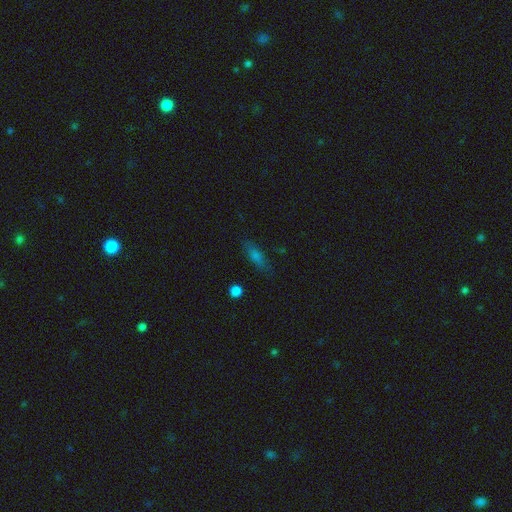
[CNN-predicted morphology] This is possibly a smooth galaxy (60%). How rounded: possibly cigar-shaped (54%). Merging: clearly none (82%).